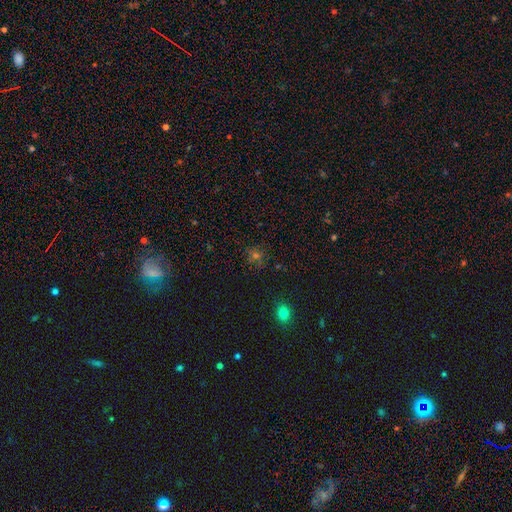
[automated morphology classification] smooth-or-featured: star or artifact: 44% | smooth: 43% | featured or disk: 12%